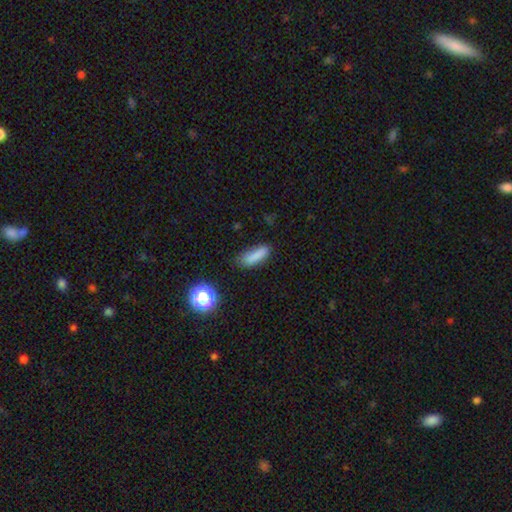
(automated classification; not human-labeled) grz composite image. It shows a smooth galaxy with no disk features (81%) that is cigar-shaped (53%). Merging: none (69%).